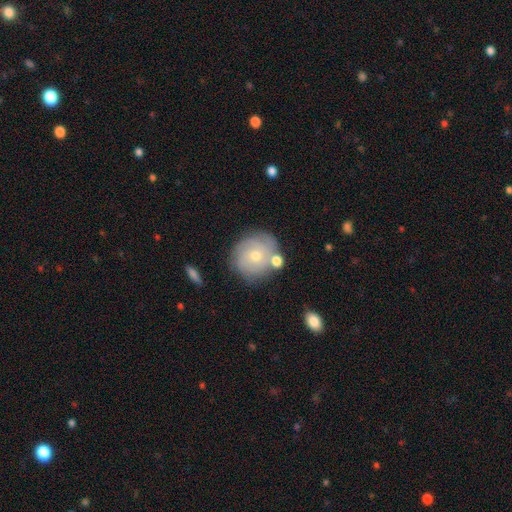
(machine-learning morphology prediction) This appears to be a featured or disk galaxy (59%) with no bar (79%), spiral arms (83%) and a small central bulge (53%). Merging: none (70%).